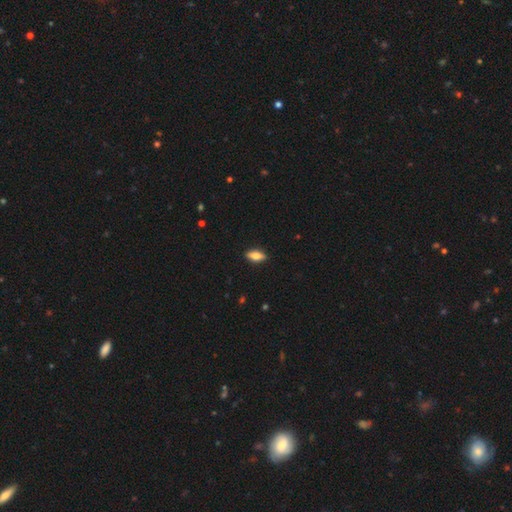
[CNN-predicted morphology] Q: Smooth or featured?
A: smooth (66%); runner-up: featured or disk (27%)
Q: How rounded?
A: in between (76%); runner-up: cigar-shaped (20%)
Q: Merging?
A: none (88%); runner-up: minor disturbance (9%)